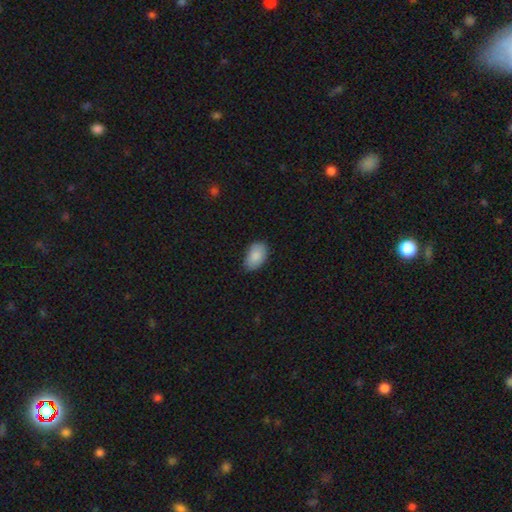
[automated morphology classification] smooth-or-featured: smooth: 87% | star or artifact: 6% | featured or disk: 6%
  how-rounded: in between: 92% | round: 7% | cigar-shaped: 1%
  merging: none: 75% | minor disturbance: 21% | major disturbance: 3% | merger: 1%